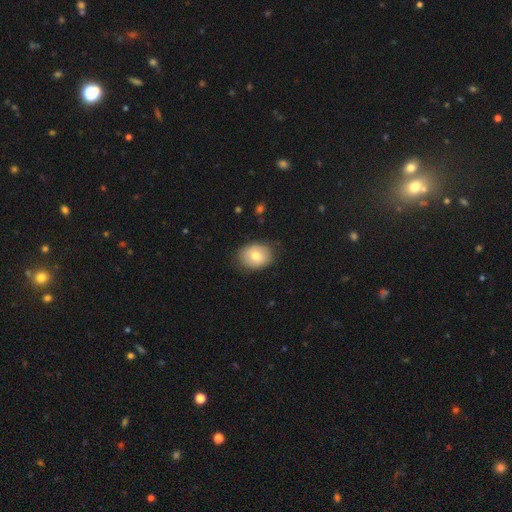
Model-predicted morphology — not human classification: Overall: smooth (75%). How rounded: in between (56%; round 43%). Merging: none (83%).